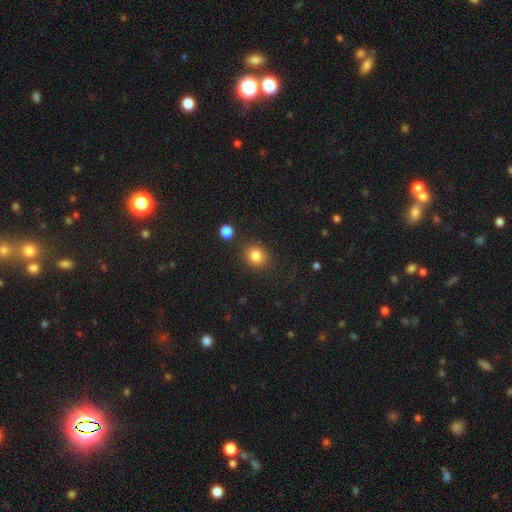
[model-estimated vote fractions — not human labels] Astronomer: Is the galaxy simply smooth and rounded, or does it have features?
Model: smooth — 84%.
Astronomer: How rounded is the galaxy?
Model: round — 72%.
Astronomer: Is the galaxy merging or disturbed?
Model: none — 83%.